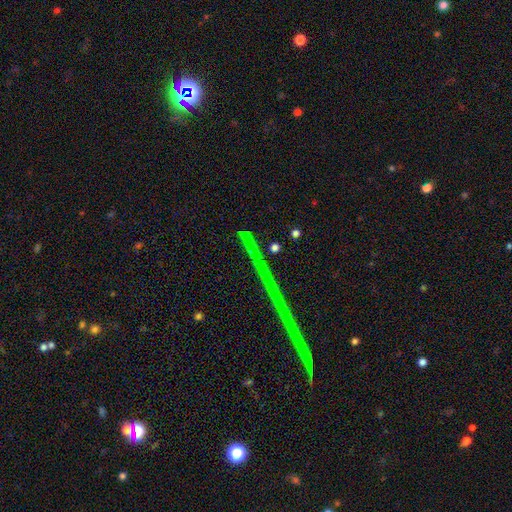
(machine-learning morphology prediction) This appears to be a star or artifact, not a galaxy (72%).